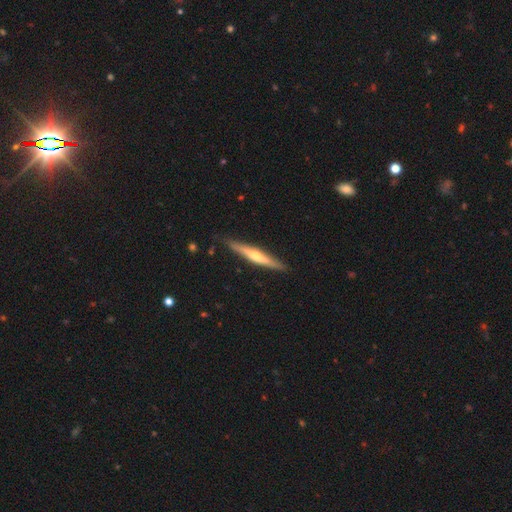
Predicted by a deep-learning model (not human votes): A featured or disk galaxy (60%) viewed edge-on (96%) with a rounded central bulge (75%).

Vote fractions:
- Smooth or featured? featured or disk: 60% / smooth: 35% / star or artifact: 5%
- Edge-on disk? yes: 96% / no: 4%
- Edge-on bulge? rounded: 75% / none: 18% / boxy: 7%
- Merging? none: 87% / minor disturbance: 10% / major disturbance: 2% / merger: 1%